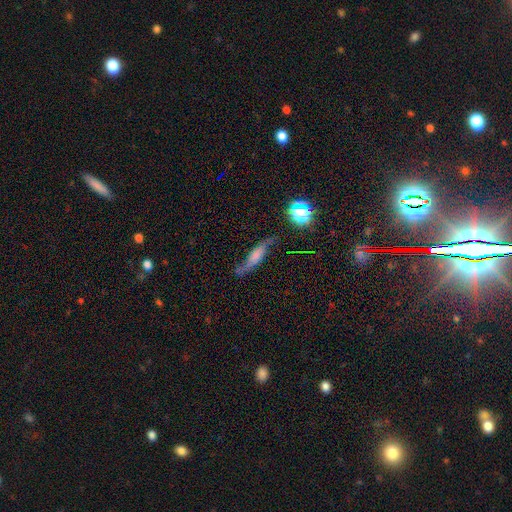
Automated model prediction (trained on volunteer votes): Morphology: type=featured or disk (59%); edge-on=no (61%); merging=none (62%).